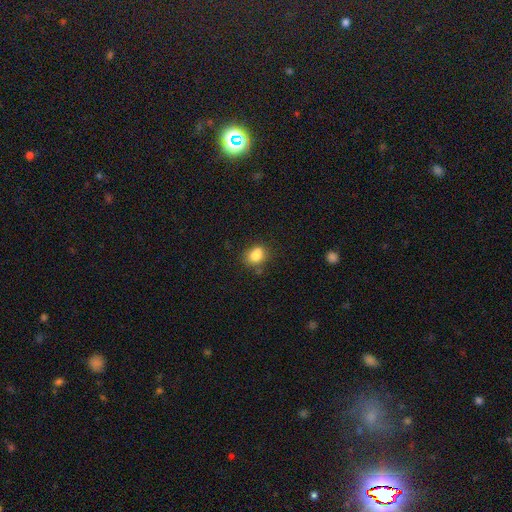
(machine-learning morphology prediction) The model was most divided on "how rounded": in between: 53%, round: 45%, cigar-shaped: 1%. More confident: smooth or featured — smooth (81%); merging — none (59%).